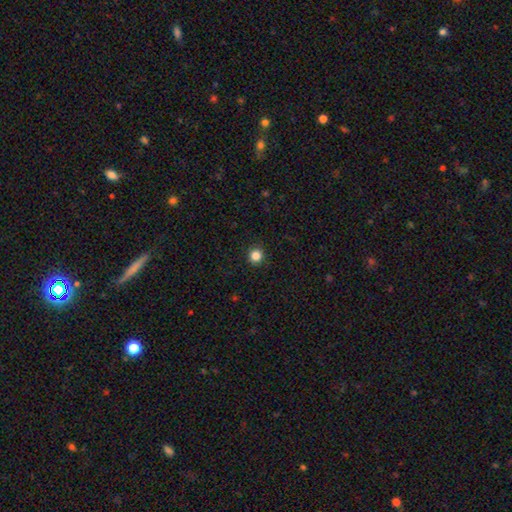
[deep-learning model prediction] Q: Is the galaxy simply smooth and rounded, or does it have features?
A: smooth — 84%.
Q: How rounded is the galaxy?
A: round — 93%.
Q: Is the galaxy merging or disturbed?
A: none — 92%.